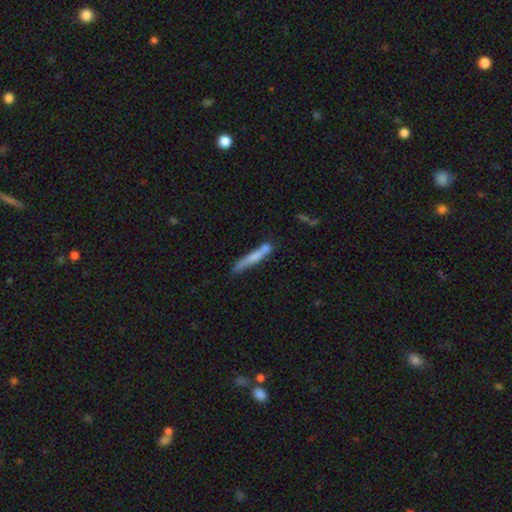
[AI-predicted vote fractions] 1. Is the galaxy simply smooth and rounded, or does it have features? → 61% smooth, 32% featured or disk, 6% star or artifact.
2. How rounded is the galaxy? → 94% cigar-shaped, 4% in between, 2% round.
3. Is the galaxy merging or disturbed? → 66% none, 18% minor disturbance, 11% merger, 5% major disturbance.